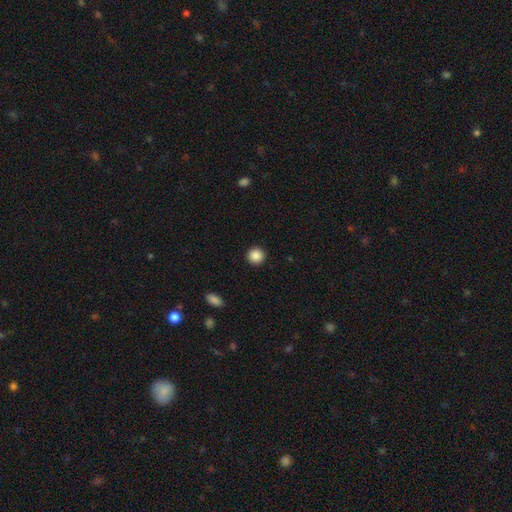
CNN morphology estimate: Smooth or featured? smooth (88%)
How rounded? round (95%)
Merging? none (93%)